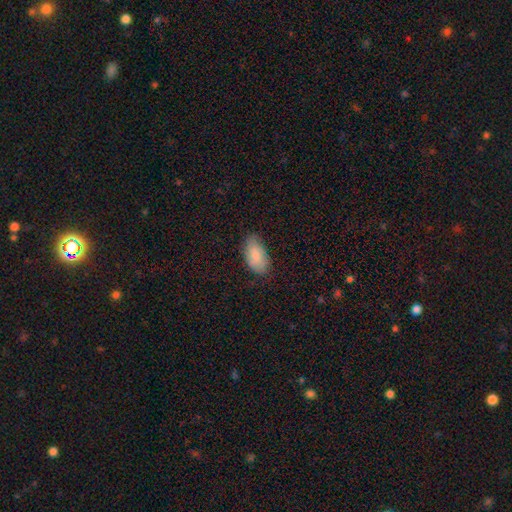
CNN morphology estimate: smooth-or-featured: smooth: 84% | featured or disk: 10% | star or artifact: 6%
  how-rounded: in between: 95% | round: 3% | cigar-shaped: 3%
  merging: none: 77% | minor disturbance: 19% | major disturbance: 4% | merger: 1%